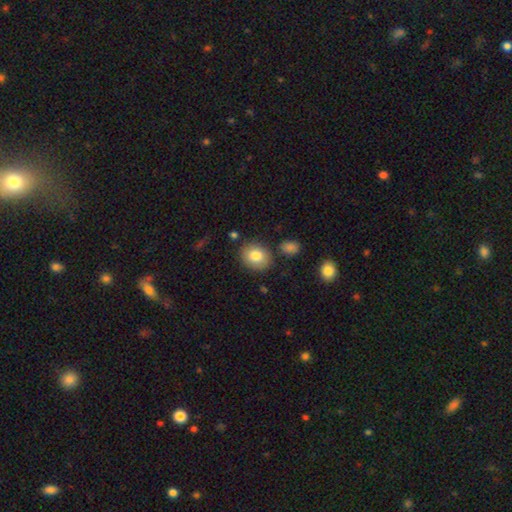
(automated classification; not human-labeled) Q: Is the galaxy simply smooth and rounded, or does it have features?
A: smooth — 81%.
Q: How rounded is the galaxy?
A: round — 58%.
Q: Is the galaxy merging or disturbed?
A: none — 83%.